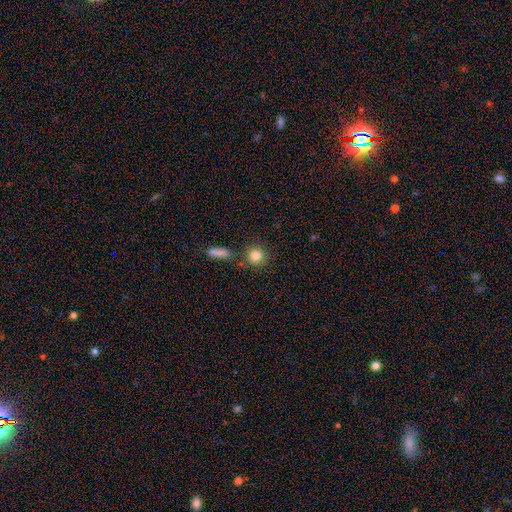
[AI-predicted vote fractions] Smooth or featured?
  - smooth: 82% *
  - star or artifact: 10%
  - featured or disk: 8%
How rounded?
  - round: 89% *
  - in between: 9%
  - cigar-shaped: 1%
Merging?
  - none: 77% *
  - merger: 10%
  - minor disturbance: 10%
  - major disturbance: 3%